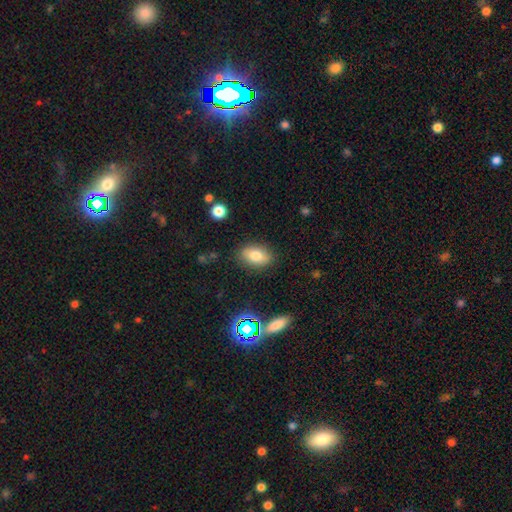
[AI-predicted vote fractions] Smooth or featured?
  - smooth: 76% *
  - featured or disk: 13%
  - star or artifact: 11%
How rounded?
  - in between: 85% *
  - round: 12%
  - cigar-shaped: 3%
Merging?
  - none: 85% *
  - minor disturbance: 10%
  - major disturbance: 3%
  - merger: 2%